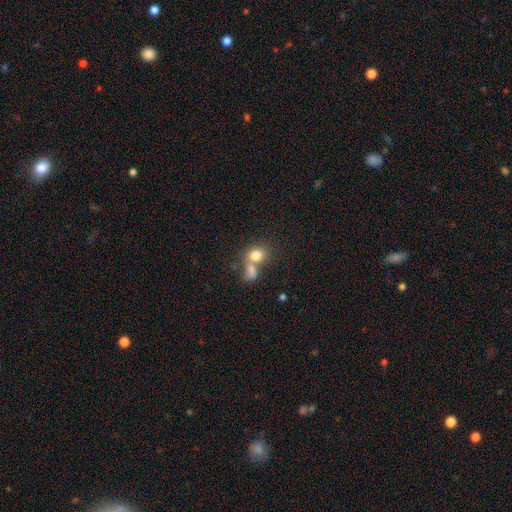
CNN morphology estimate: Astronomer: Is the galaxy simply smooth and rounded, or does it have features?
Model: smooth — 78%.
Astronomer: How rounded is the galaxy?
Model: round — 56% (runner-up: in between, 43%).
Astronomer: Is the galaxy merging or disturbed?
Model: merger — 52% (runner-up: none, 34%).